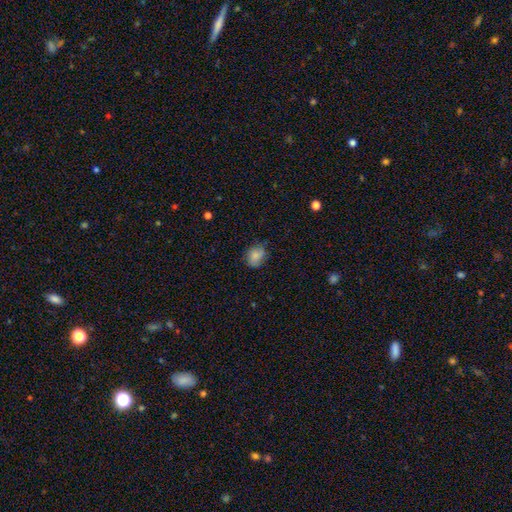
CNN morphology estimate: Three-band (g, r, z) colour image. It shows a smooth galaxy with no disk features (81%) that is in between round and cigar-shaped (56%). Merging: none (66%).